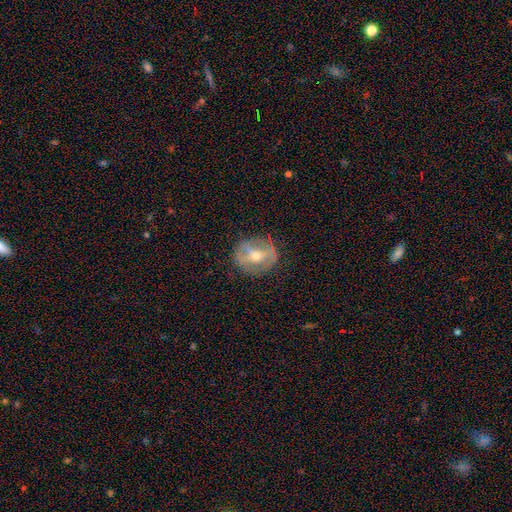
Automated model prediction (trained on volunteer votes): This is likely a featured or disk galaxy (65%). It is clearly not viewed edge-on (90%). Bar: marginally strong (43%). Spiral arm pattern: possibly no (58%). Central bulge: likely moderate (65%). Merging: likely none (77%).